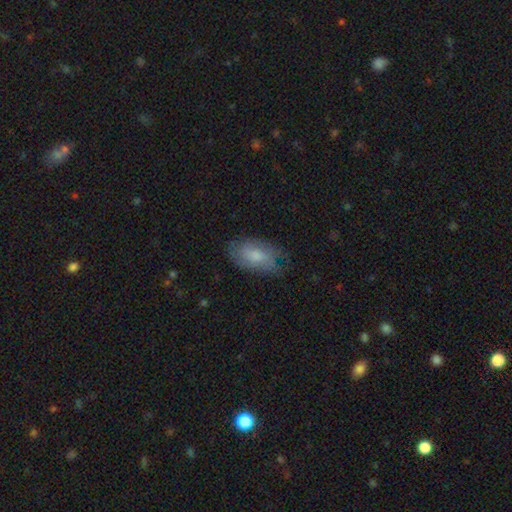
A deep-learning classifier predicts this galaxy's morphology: Smooth or featured: smooth — 64% (featured or disk — 29%)
How rounded: in between — 92% (round — 5%)
Merging: none — 66% (minor disturbance — 24%)